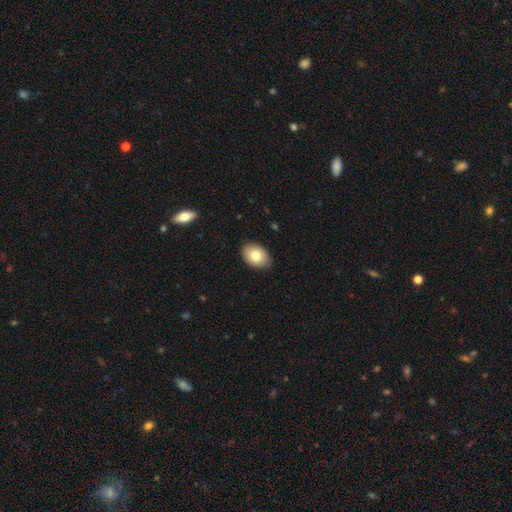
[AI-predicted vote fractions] A smooth galaxy with no disk features (80%) that is in between round and cigar-shaped (79%). Merging: none (83%).